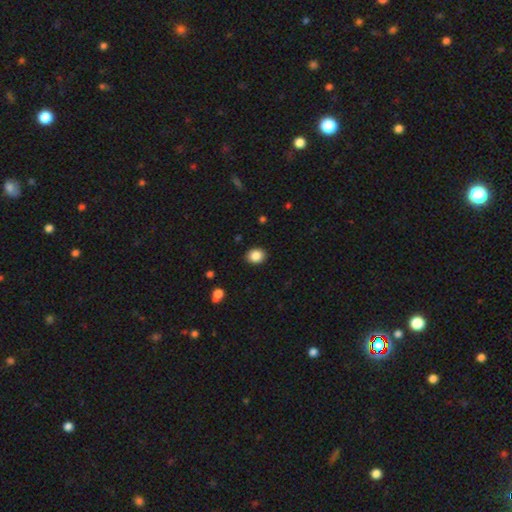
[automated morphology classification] smooth-or-featured: smooth: 87% | star or artifact: 9% | featured or disk: 4%
  how-rounded: round: 58% | in between: 41% | cigar-shaped: 1%
  merging: none: 90% | minor disturbance: 7% | major disturbance: 2% | merger: 1%